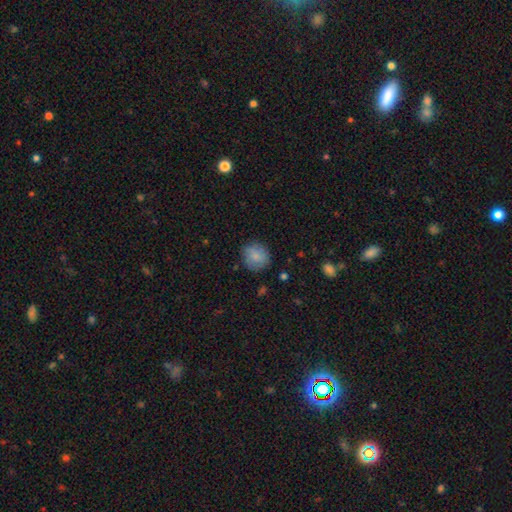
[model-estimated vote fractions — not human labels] Smooth or featured? smooth (82%)
How rounded? round (83%)
Merging? none (80%)